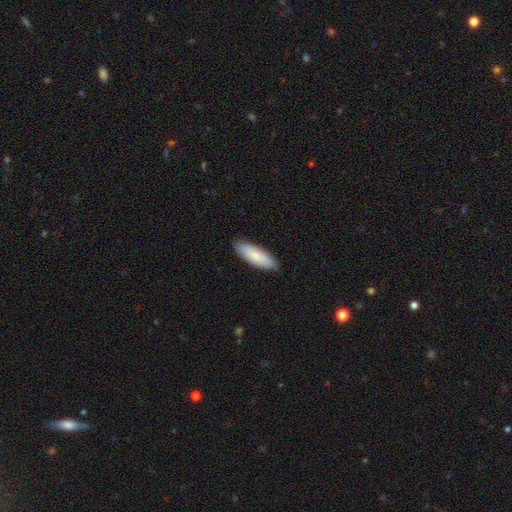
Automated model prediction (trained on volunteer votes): A smooth galaxy with no disk features (83%) that is in between round and cigar-shaped (62%). Merging: none (85%).